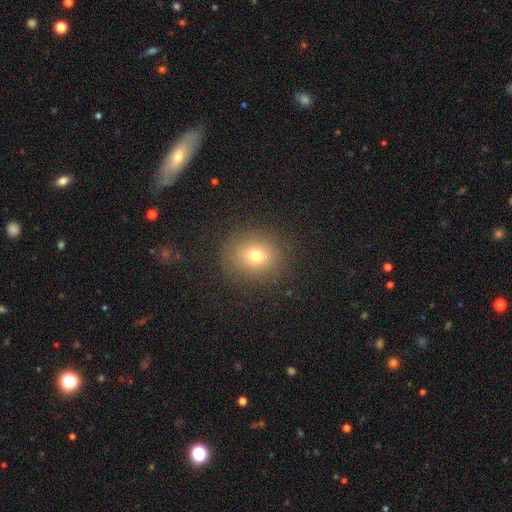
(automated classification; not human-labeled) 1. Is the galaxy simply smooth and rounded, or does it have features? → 73% smooth, 16% star or artifact, 11% featured or disk.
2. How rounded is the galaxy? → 79% round, 20% in between, 1% cigar-shaped.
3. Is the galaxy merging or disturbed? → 88% none, 8% minor disturbance, 3% major disturbance, 1% merger.